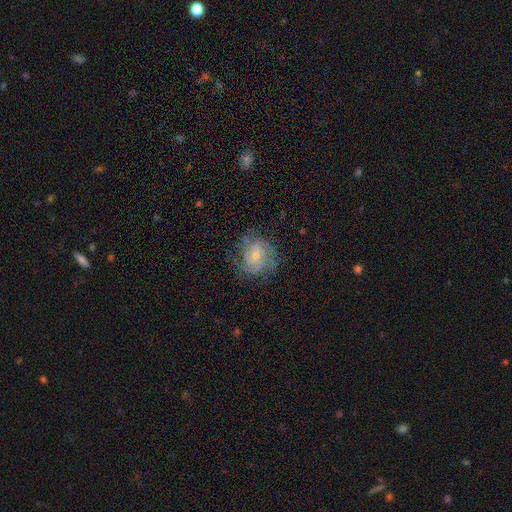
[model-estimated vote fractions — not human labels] Smooth or featured? Predicted: featured or disk (p=0.78). Edge-on disk? Predicted: no (p=0.98). Bar? Predicted: no (p=0.48). Spiral arms? Predicted: yes (p=0.94). Spiral winding? Predicted: tight (p=0.56). Spiral arm count? Predicted: can't tell (p=0.32). Bulge size? Predicted: small (p=0.62). Merging? Predicted: none (p=0.72).